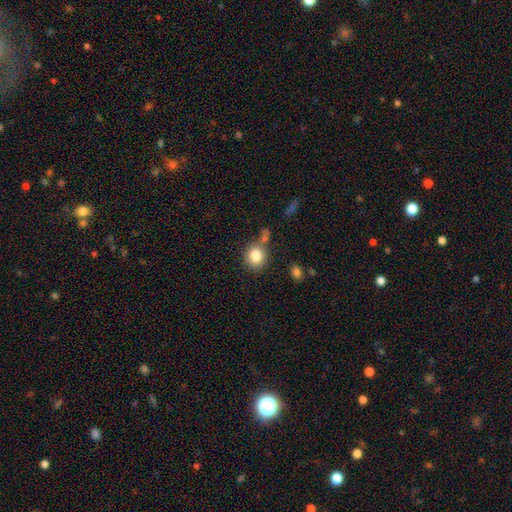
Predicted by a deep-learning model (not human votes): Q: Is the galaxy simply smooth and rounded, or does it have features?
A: smooth — 83%.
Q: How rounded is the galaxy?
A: round — 77%.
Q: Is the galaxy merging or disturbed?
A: none — 69%.